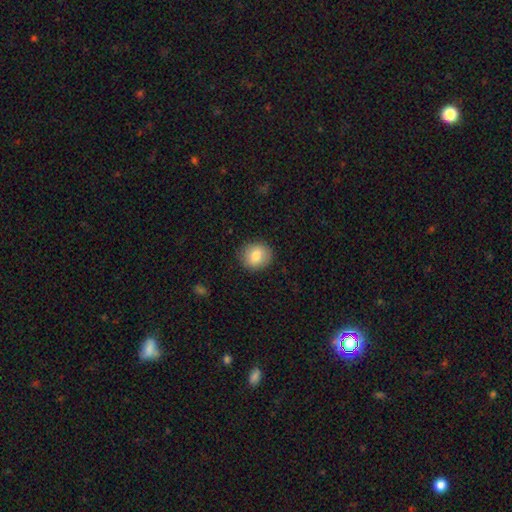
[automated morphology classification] A smooth galaxy with no disk features (80%) that is round (76%). Merging: none (88%).